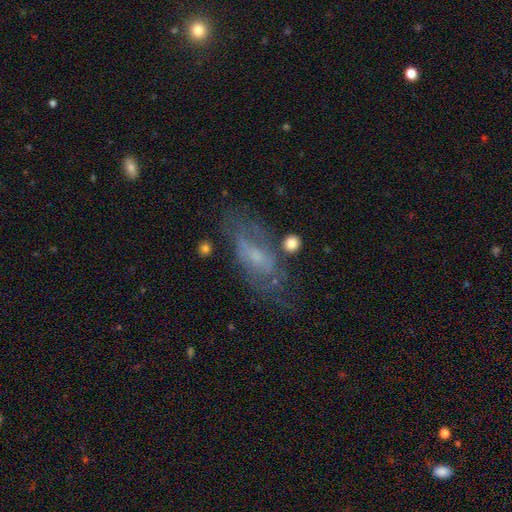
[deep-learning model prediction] smooth-or-featured: featured or disk: 56% | smooth: 33% | star or artifact: 11%
  disk-edge-on: no: 86% | yes: 14%
  merging: none: 52% | minor disturbance: 23% | major disturbance: 19% | merger: 6%